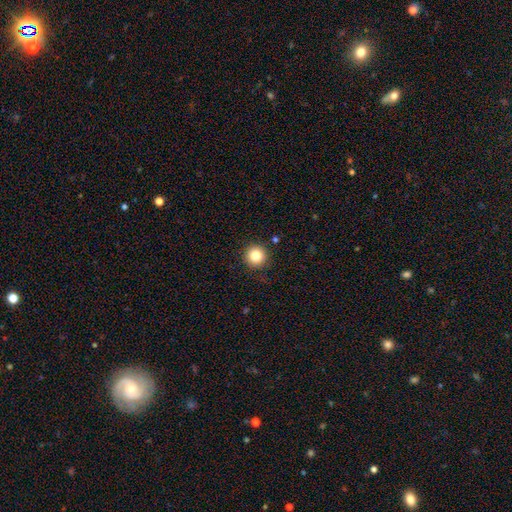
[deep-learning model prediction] smooth-or-featured: smooth: 82% | star or artifact: 11% | featured or disk: 7%
  how-rounded: round: 96% | in between: 3% | cigar-shaped: 1%
  merging: none: 91% | minor disturbance: 6% | major disturbance: 2% | merger: 1%